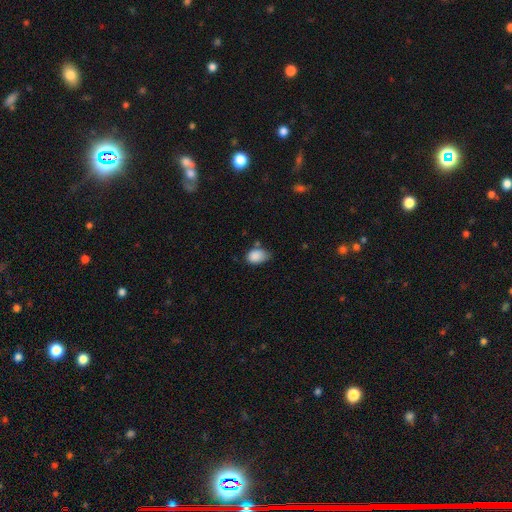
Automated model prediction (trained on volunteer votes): smooth 87%, star or artifact 8%, featured or disk 5%. Down the decision tree: how rounded — in between (80%); merging — none (51%).